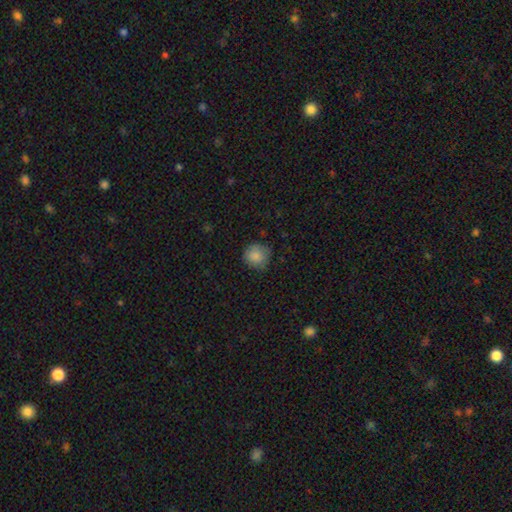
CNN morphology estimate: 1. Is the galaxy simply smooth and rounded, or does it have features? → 86% smooth, 9% star or artifact, 5% featured or disk.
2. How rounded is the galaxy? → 89% round, 10% in between, 1% cigar-shaped.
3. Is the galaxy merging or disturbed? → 78% none, 17% minor disturbance, 4% major disturbance, 1% merger.